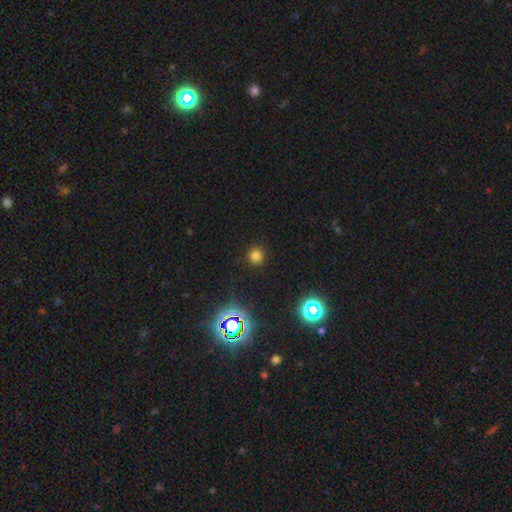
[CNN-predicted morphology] Smooth or featured: smooth — 73% (star or artifact — 22%)
How rounded: round — 94% (in between — 5%)
Merging: none — 91% (minor disturbance — 6%)